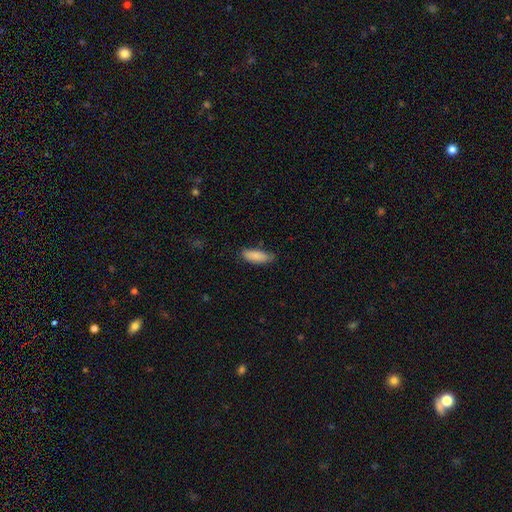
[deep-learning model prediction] smooth-or-featured: smooth: 88% | star or artifact: 6% | featured or disk: 6%
  how-rounded: in between: 72% | cigar-shaped: 26% | round: 2%
  merging: none: 73% | minor disturbance: 22% | major disturbance: 4% | merger: 1%